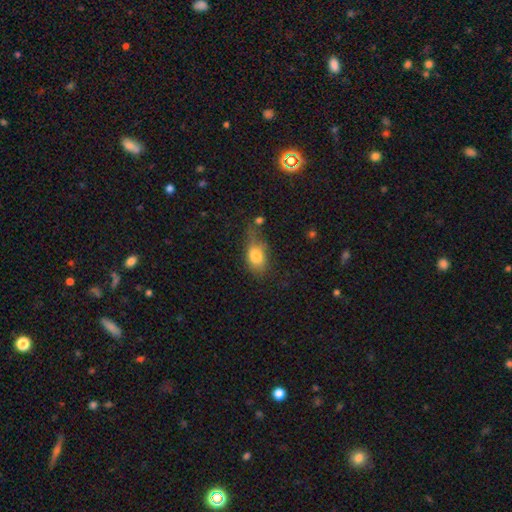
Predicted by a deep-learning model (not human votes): smooth-or-featured: smooth: 77% | featured or disk: 14% | star or artifact: 9%
  how-rounded: in between: 80% | round: 16% | cigar-shaped: 4%
  merging: none: 38% | minor disturbance: 33% | major disturbance: 20% | merger: 8%